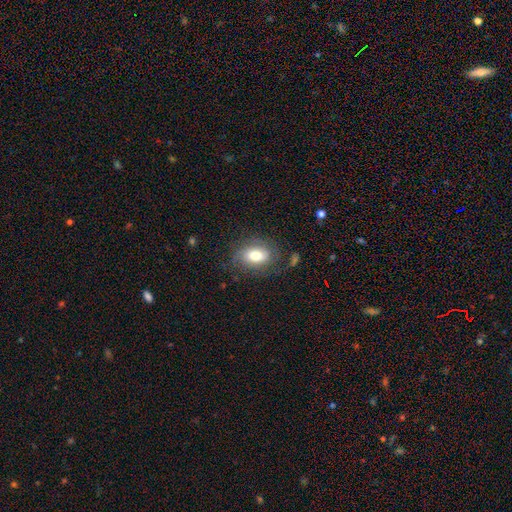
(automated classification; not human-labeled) Smooth or featured? smooth (59%)
How rounded? in between (79%)
Merging? none (66%)